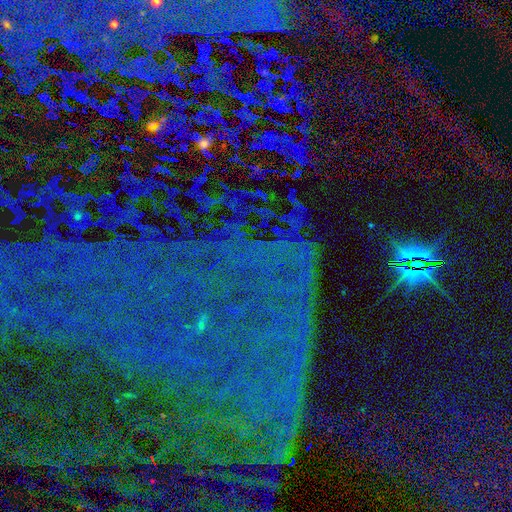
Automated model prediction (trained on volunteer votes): Morphology: type=star or artifact (83%).